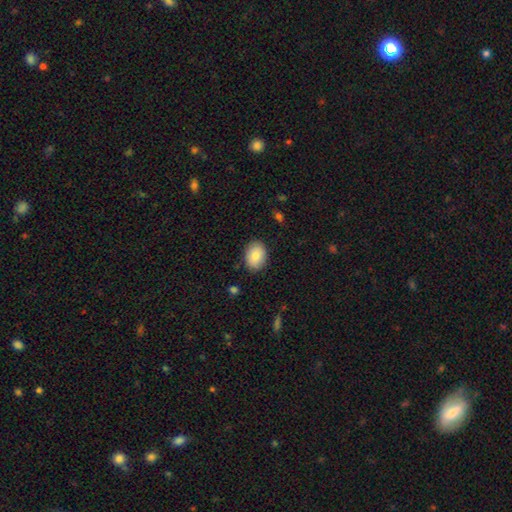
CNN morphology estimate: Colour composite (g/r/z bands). It shows a smooth galaxy with no disk features (86%) that is in between round and cigar-shaped (78%). Merging: none (86%).